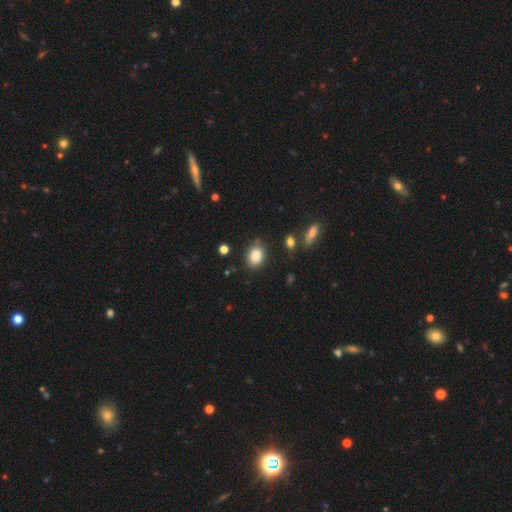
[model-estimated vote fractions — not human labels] Q: Smooth or featured?
A: smooth (86%); runner-up: star or artifact (9%)
Q: How rounded?
A: in between (61%); runner-up: round (38%)
Q: Merging?
A: none (78%); runner-up: minor disturbance (15%)